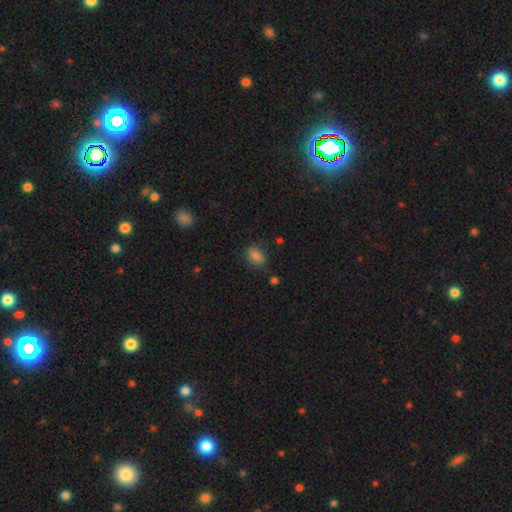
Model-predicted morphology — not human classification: Smooth or featured? smooth (83%)
How rounded? in between (75%)
Merging? none (73%)